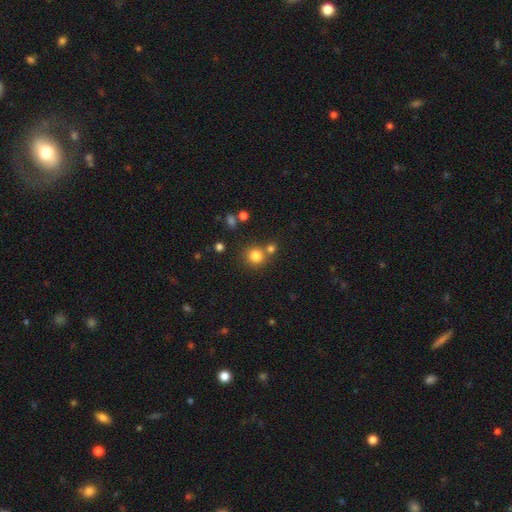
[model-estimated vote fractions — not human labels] The model was most divided on "merging": none: 67%, merger: 21%, minor disturbance: 8%, major disturbance: 3%. More confident: how rounded — round (90%); smooth or featured — smooth (80%).